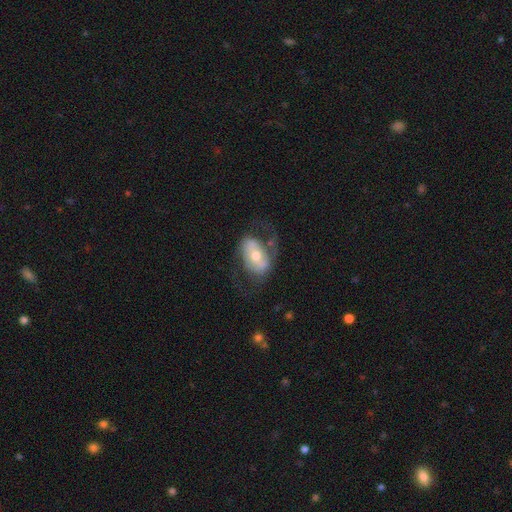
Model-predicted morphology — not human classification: The model was most divided on "bar": strong: 35%, no: 33%, weak: 32%. More confident: edge-on disk — no (94%); spiral arms — yes (73%); smooth or featured — featured or disk (68%); bulge size — moderate (60%); merging — none (56%).